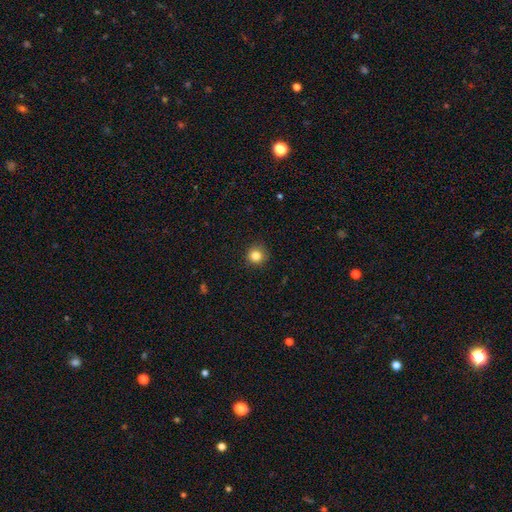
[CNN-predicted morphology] This is clearly a smooth galaxy (84%). How rounded: clearly round (94%). Merging: clearly none (89%).